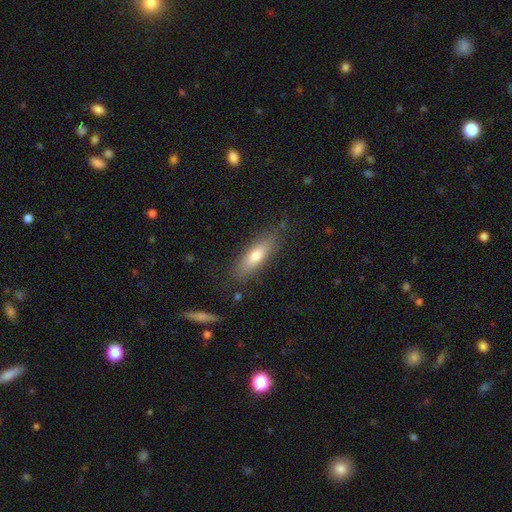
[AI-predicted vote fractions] Smooth or featured? Predicted: smooth (p=0.68). How rounded? Predicted: cigar-shaped (p=0.53). Merging? Predicted: none (p=0.80).